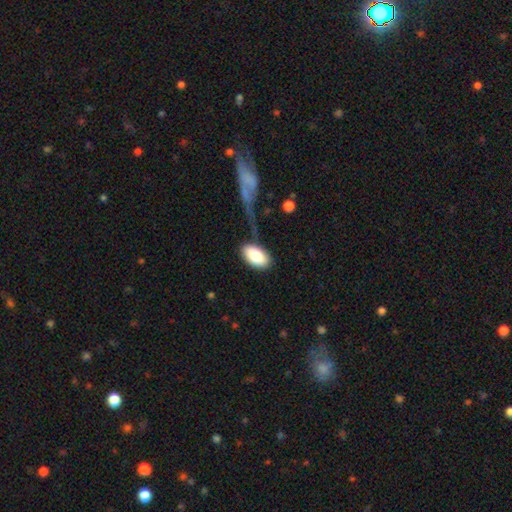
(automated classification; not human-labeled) smooth 83%, featured or disk 11%, star or artifact 6%. Down the decision tree: how rounded — in between (94%); merging — none (68%).